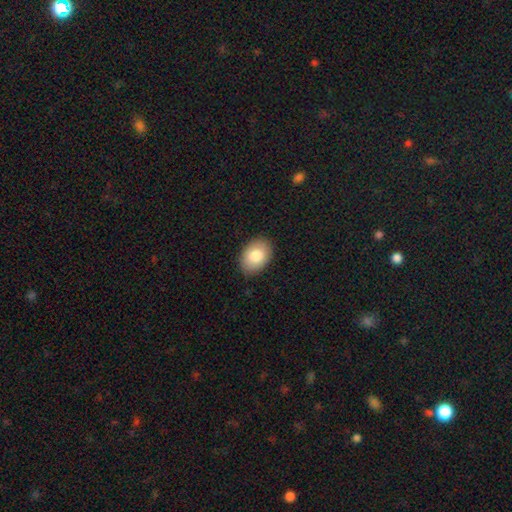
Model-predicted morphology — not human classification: A smooth galaxy with no disk features (82%) that is in between round and cigar-shaped (84%). Merging: none (86%).